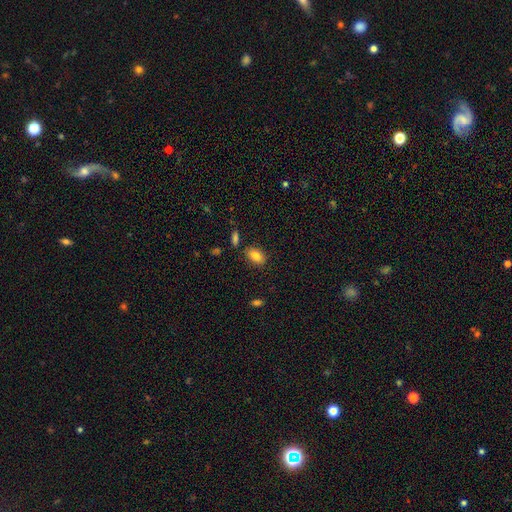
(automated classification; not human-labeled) This is clearly a smooth galaxy (83%). How rounded: clearly in between (85%). Merging: clearly none (82%).